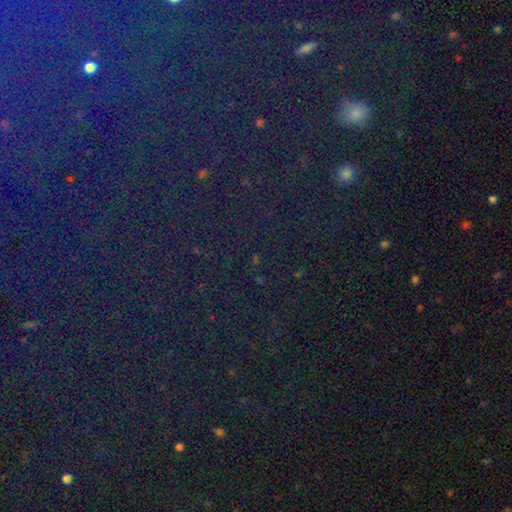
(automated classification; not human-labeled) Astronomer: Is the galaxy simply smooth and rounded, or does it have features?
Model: star or artifact — 81%.